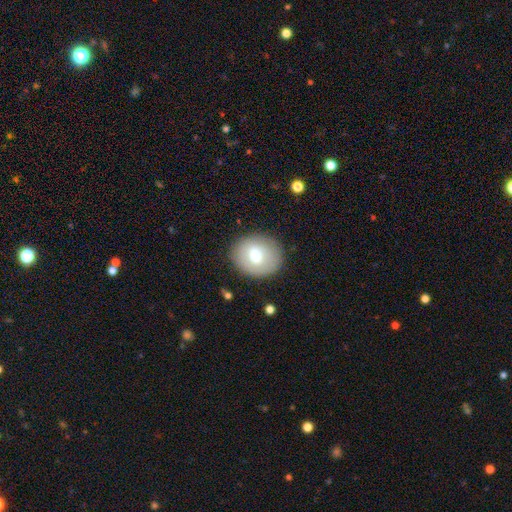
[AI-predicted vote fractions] This is likely a smooth galaxy (68%). How rounded: likely round (67%). Merging: clearly none (85%).